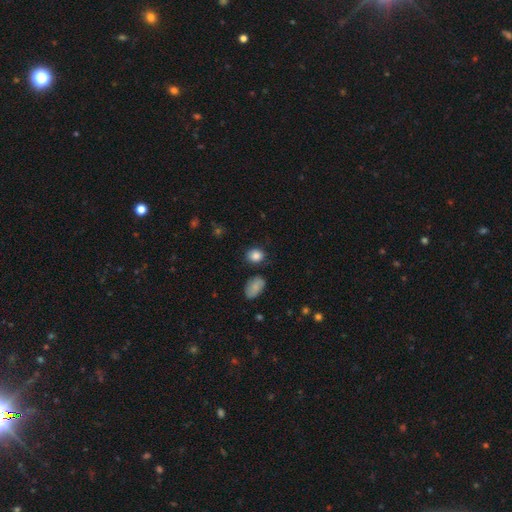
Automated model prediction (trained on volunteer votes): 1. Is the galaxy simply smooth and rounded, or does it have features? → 86% smooth, 9% star or artifact, 5% featured or disk.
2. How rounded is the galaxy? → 61% round, 38% in between, 1% cigar-shaped.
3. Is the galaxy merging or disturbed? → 80% none, 13% minor disturbance, 4% merger, 3% major disturbance.